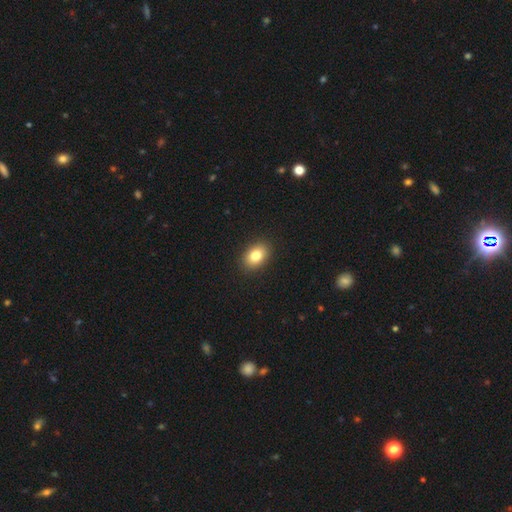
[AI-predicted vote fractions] The model was most divided on "how rounded": in between: 78%, round: 21%, cigar-shaped: 1%. More confident: merging — none (90%); smooth or featured — smooth (82%).